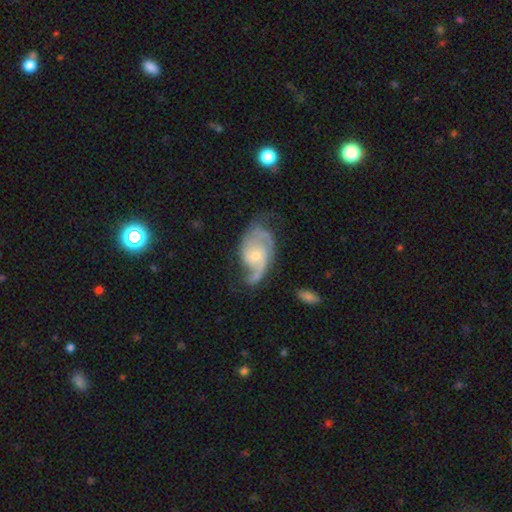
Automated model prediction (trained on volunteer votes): A featured or disk galaxy (85%) with no bar (65%), 2 (65%) medium (48%) spiral arms (96%) and a small central bulge (62%). Merging: none (52%).